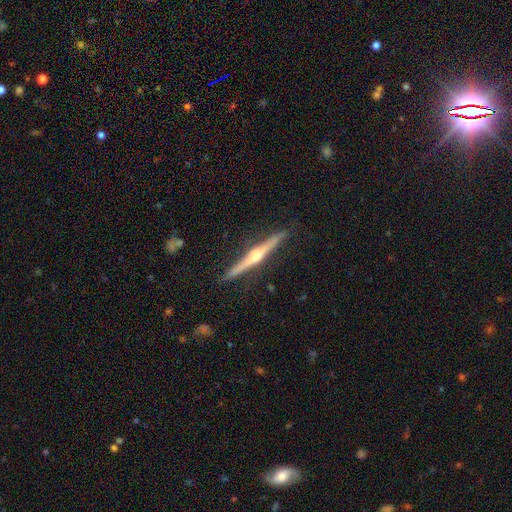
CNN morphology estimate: Smooth or featured? featured or disk (84%)
Edge-on disk? yes (99%)
Edge-on bulge? rounded (92%)
Merging? none (91%)